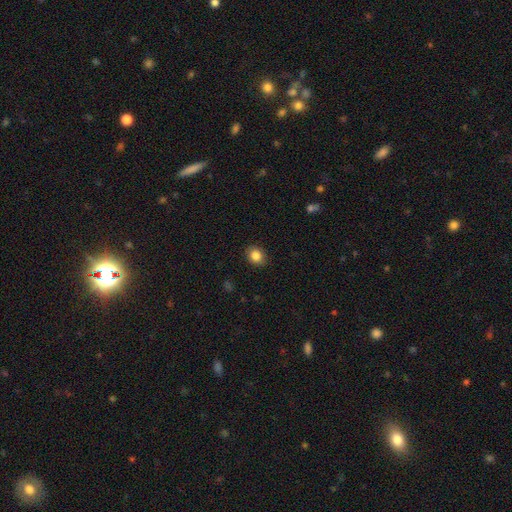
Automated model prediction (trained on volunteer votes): This is clearly a smooth galaxy (85%). How rounded: possibly round (59%). Merging: clearly none (89%).